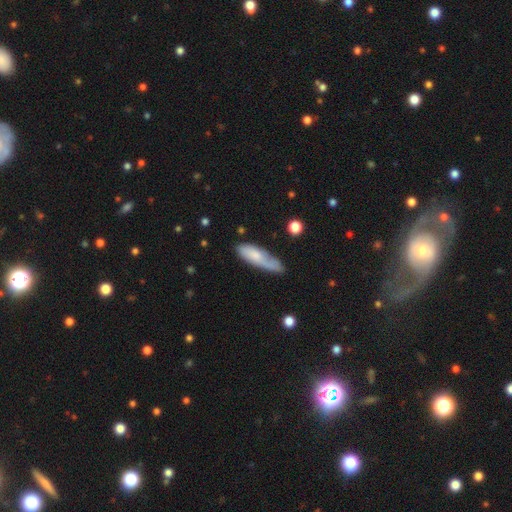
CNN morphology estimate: This is likely a smooth galaxy (65%). How rounded: possibly cigar-shaped (57%). Merging: possibly none (50%).